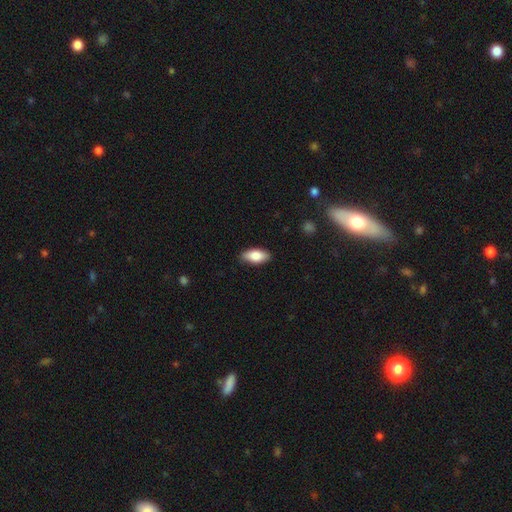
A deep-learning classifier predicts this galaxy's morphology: Overall: smooth (83%). How rounded: in between (88%). Merging: none (87%).